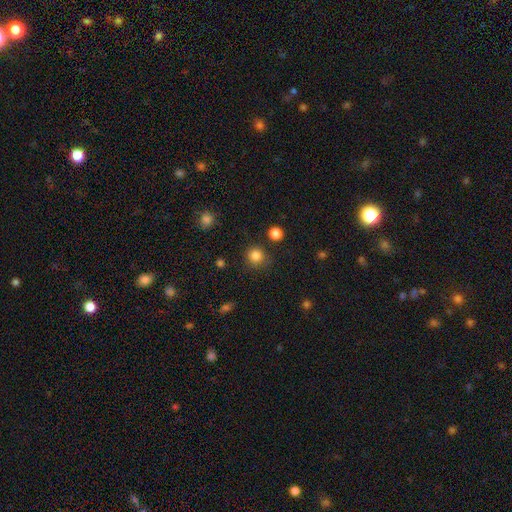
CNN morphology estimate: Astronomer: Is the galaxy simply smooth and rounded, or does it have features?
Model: smooth — 83%.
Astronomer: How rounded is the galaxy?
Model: round — 92%.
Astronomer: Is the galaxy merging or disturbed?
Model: none — 81%.